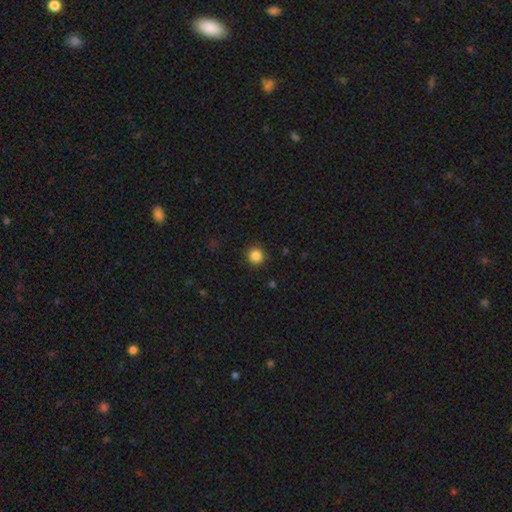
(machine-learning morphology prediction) smooth 86%, star or artifact 11%, featured or disk 3%. Down the decision tree: how rounded — round (93%); merging — none (90%).